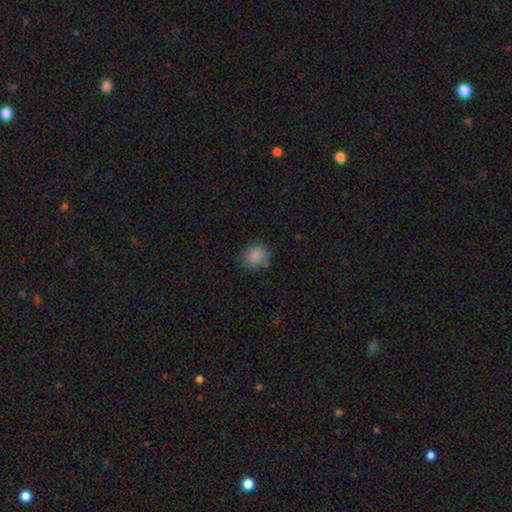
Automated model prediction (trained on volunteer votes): Morphology: type=smooth (85%); roundness=round (68%); merging=none (77%).